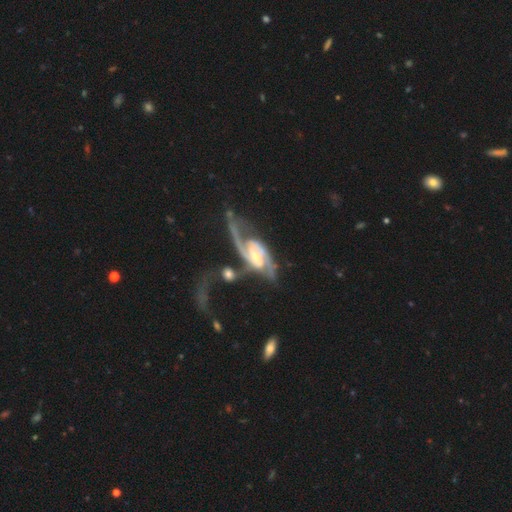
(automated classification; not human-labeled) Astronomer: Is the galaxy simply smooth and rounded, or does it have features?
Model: featured or disk — 91%.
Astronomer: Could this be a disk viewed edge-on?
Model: no — 96%.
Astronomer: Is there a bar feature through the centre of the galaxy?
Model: weak — 47% (runner-up: strong, 31%).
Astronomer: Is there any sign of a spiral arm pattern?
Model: yes — 97%.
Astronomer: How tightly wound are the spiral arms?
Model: medium — 48% (runner-up: loose, 28%).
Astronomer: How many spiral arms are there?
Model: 2 — 76%.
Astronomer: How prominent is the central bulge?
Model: moderate — 44% (runner-up: small, 34%).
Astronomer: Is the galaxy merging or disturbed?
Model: merger — 38% (runner-up: major disturbance, 26%).